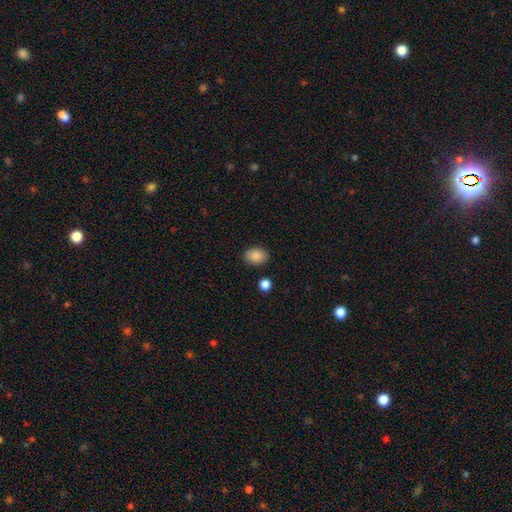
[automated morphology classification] type=smooth (88%); roundness=in between (70%); merging=none (86%).